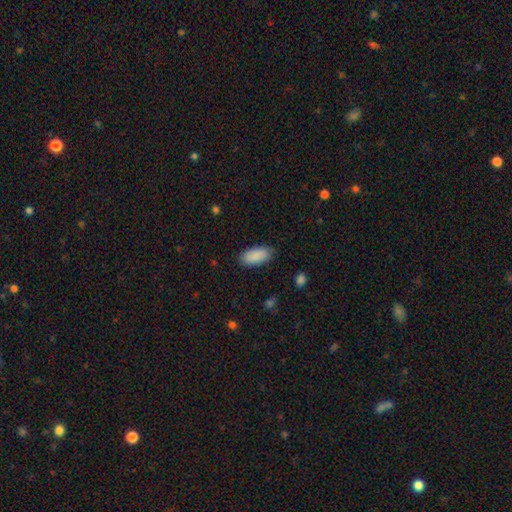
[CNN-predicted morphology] This appears to be a smooth galaxy with no disk features (91%) that is in between round and cigar-shaped (90%). Merging: none (88%).